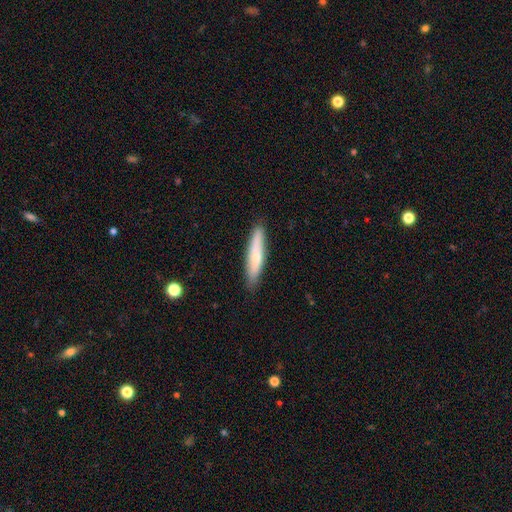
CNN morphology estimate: Smooth or featured: smooth — 64% (featured or disk — 30%)
How rounded: cigar-shaped — 89% (in between — 10%)
Merging: none — 88% (minor disturbance — 9%)